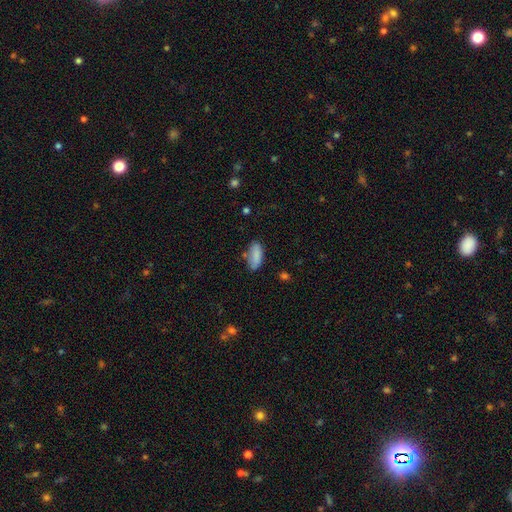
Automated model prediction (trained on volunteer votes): Smooth or featured? Predicted: smooth (p=0.85). How rounded? Predicted: in between (p=0.81). Merging? Predicted: none (p=0.71).